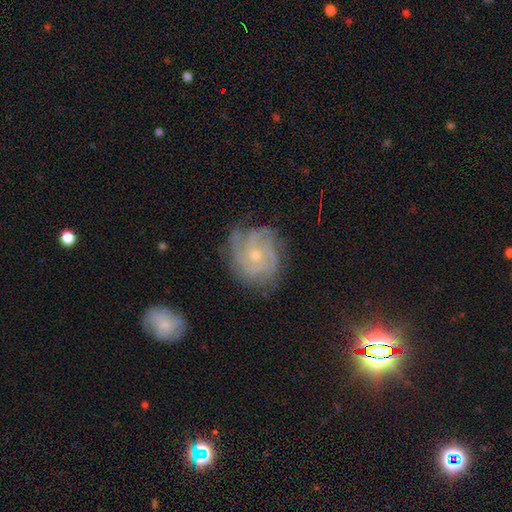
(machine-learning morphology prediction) The model was most divided on "spiral arm count": can't tell: 27%, 3: 26%, 4: 22%, 2: 11%, more than 4: 7%, 1: 6%. More confident: edge-on disk — no (98%); spiral arms — yes (95%); smooth or featured — featured or disk (82%); bar — no (79%); merging — none (71%); bulge size — small (70%); spiral winding — tight (61%).